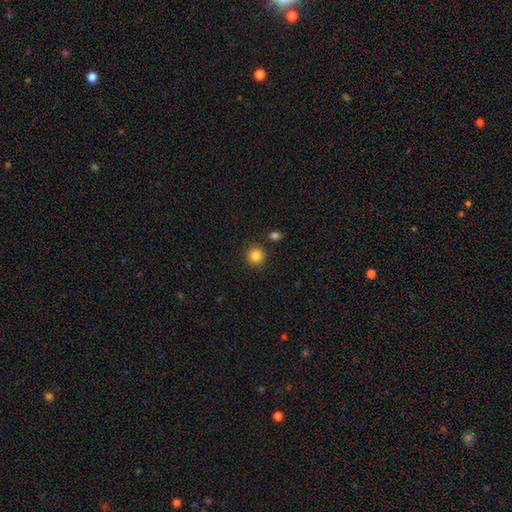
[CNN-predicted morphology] smooth-or-featured: smooth: 85% | star or artifact: 11% | featured or disk: 4%
  how-rounded: round: 92% | in between: 7% | cigar-shaped: 1%
  merging: none: 89% | minor disturbance: 6% | merger: 3% | major disturbance: 2%